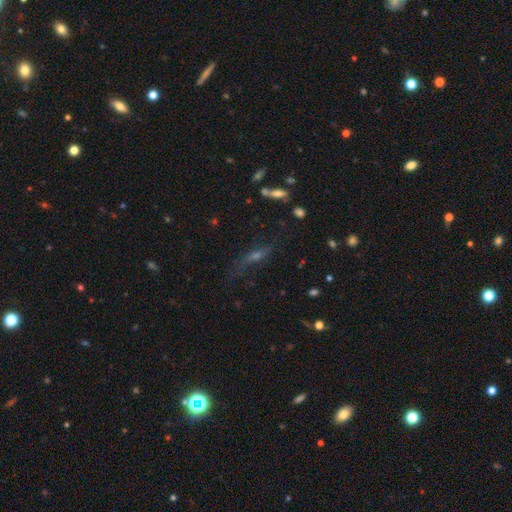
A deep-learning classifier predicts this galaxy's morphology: Smooth or featured?
  - featured or disk: 44% *
  - smooth: 32%
  - star or artifact: 24%
Merging?
  - none: 57% *
  - minor disturbance: 21%
  - major disturbance: 18%
  - merger: 4%